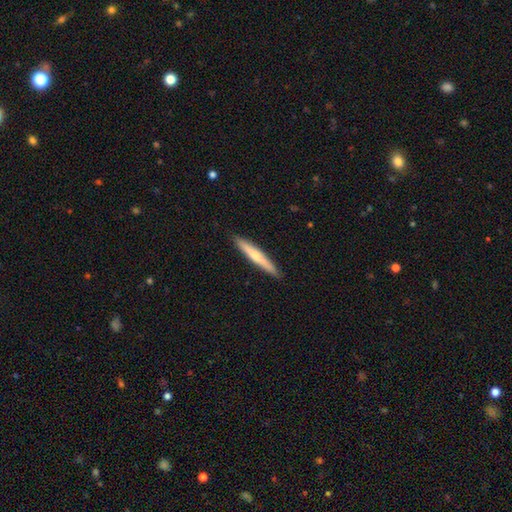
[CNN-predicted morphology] Smooth or featured? Predicted: smooth (p=0.54). How rounded? Predicted: cigar-shaped (p=0.95). Merging? Predicted: none (p=0.91).